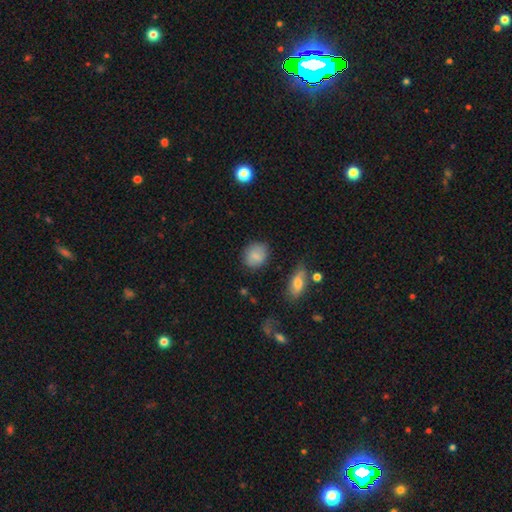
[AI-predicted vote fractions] smooth 83%, featured or disk 9%, star or artifact 8%. Down the decision tree: how rounded — round (61%); merging — none (80%).